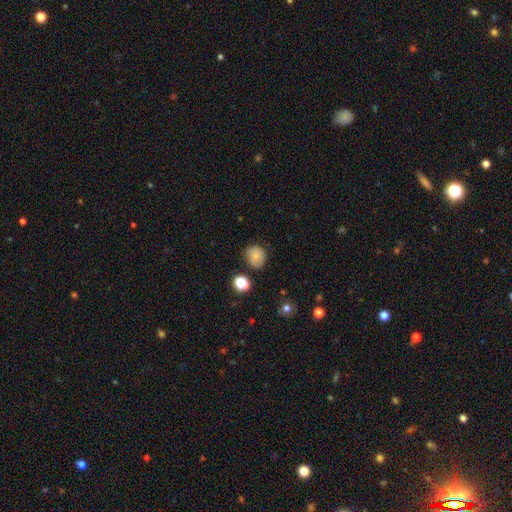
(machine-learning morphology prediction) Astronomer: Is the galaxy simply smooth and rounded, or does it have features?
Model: smooth — 80%.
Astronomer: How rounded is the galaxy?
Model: round — 77%.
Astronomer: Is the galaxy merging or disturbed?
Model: none — 76%.